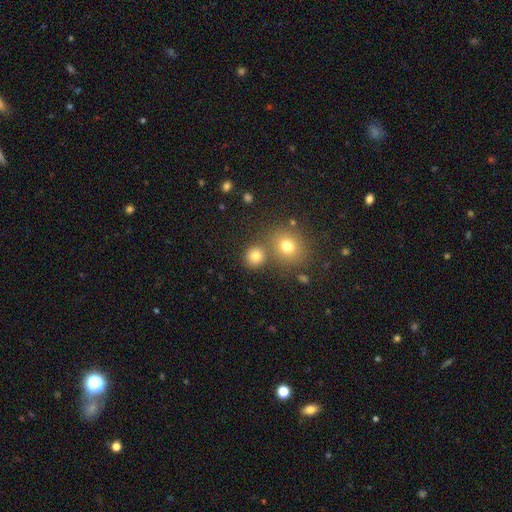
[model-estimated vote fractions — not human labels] Overall: smooth (78%). How rounded: round (86%). Merging: none (70%).